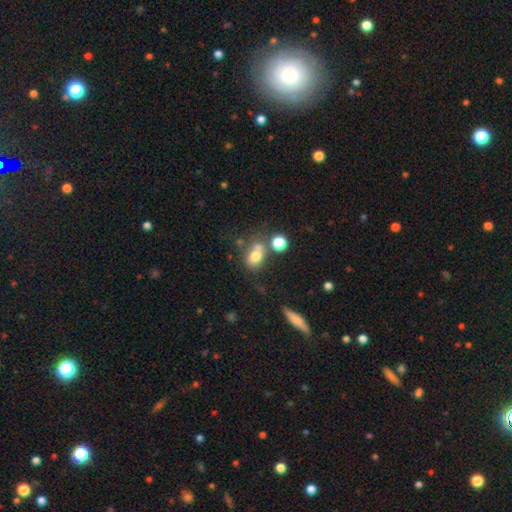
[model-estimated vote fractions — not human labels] This appears to be a smooth galaxy with no disk features (71%) that is in between round and cigar-shaped (59%). Merging: none (41%).